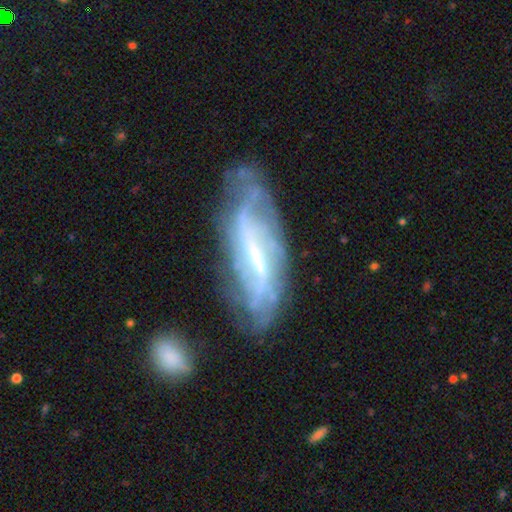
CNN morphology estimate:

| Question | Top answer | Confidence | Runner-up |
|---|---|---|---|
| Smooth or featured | featured or disk | 75% | smooth (17%) |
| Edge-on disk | no | 82% | yes (18%) |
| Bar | strong | 43% | weak (39%) |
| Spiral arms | yes | 80% | no (20%) |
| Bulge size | small | 53% | moderate (25%) |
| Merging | none | 58% | minor disturbance (24%) |